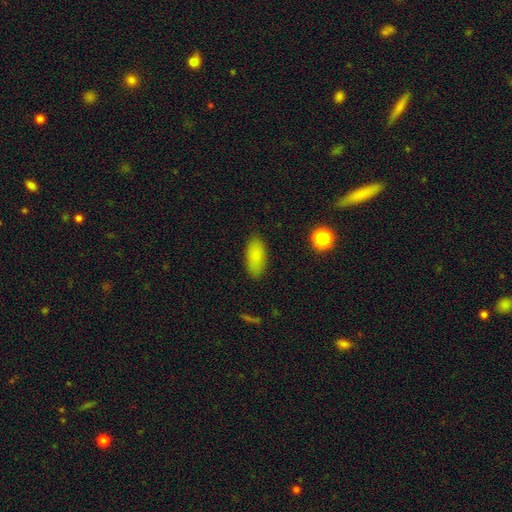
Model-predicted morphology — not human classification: Smooth or featured: smooth — 83% (featured or disk — 9%)
How rounded: in between — 90% (cigar-shaped — 7%)
Merging: none — 86% (minor disturbance — 10%)